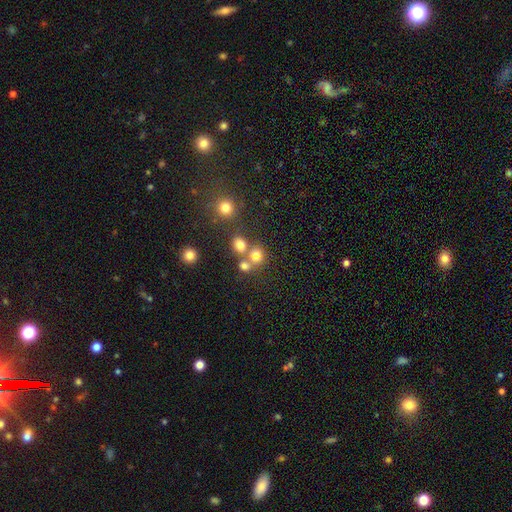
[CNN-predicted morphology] This appears to be a smooth galaxy with no disk features (69%) that is round (80%). Merging: none (50%).